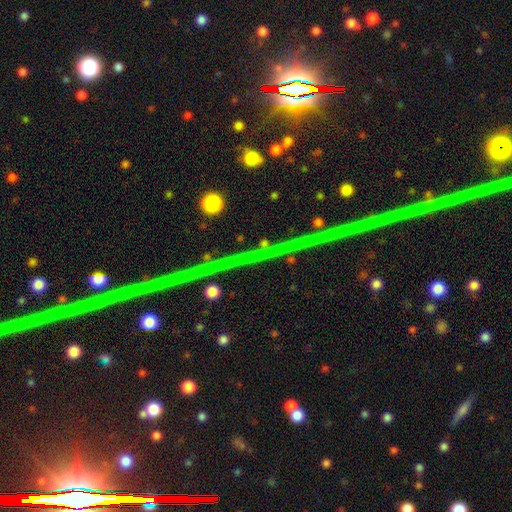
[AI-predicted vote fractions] Smooth or featured?
  - star or artifact: 82% *
  - featured or disk: 11%
  - smooth: 7%